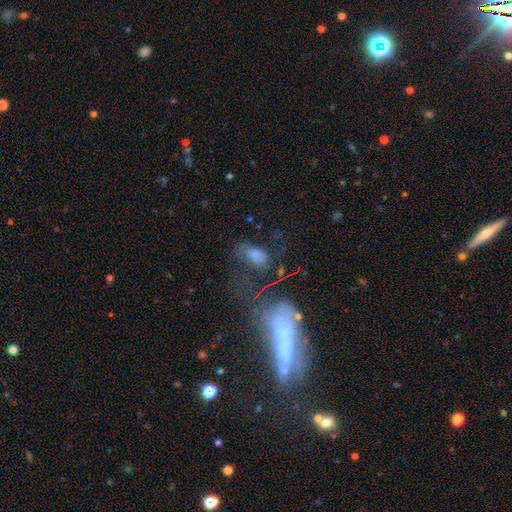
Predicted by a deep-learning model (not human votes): smooth 58%, star or artifact 21%, featured or disk 20%. Down the decision tree: how rounded — in between (82%); merging — none (35%).